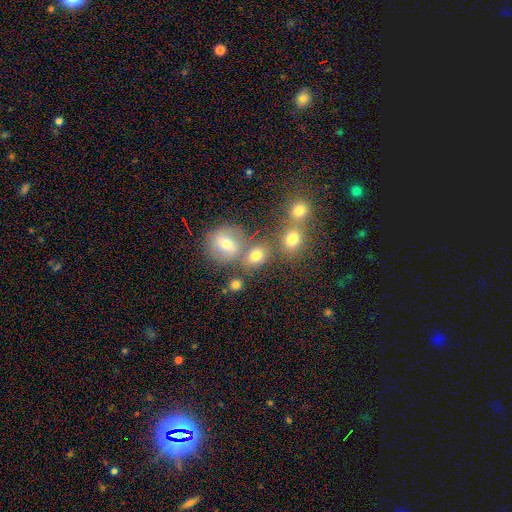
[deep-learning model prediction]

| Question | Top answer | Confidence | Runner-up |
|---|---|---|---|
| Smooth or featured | smooth | 72% | star or artifact (15%) |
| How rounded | round | 61% | in between (38%) |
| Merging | none | 60% | merger (25%) |